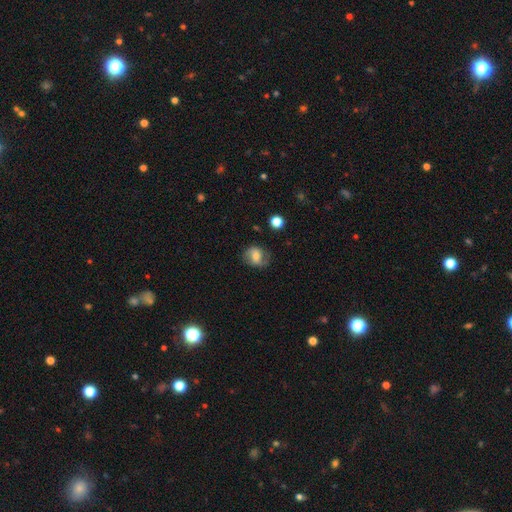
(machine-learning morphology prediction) Smooth or featured?
  - smooth: 48% *
  - featured or disk: 42%
  - star or artifact: 10%
Merging?
  - none: 73% *
  - minor disturbance: 18%
  - major disturbance: 7%
  - merger: 2%